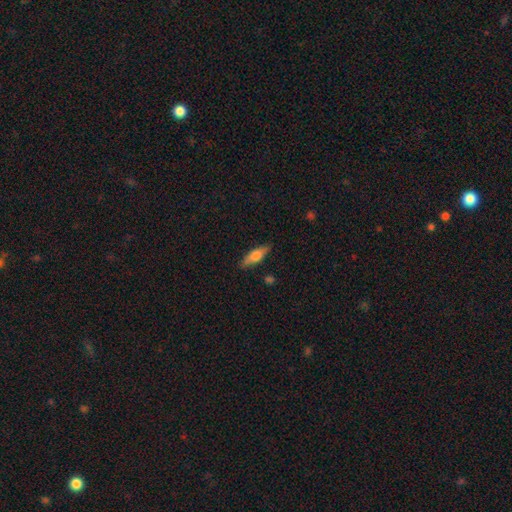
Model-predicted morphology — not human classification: This appears to be a smooth galaxy with no disk features (59%) that is cigar-shaped (51%). Merging: none (85%).